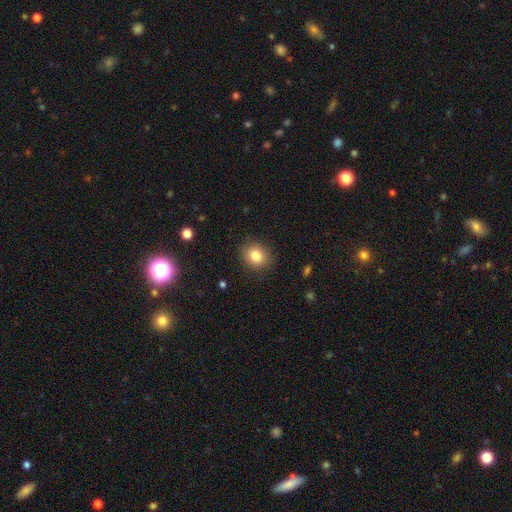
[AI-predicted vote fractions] smooth_or_featured: smooth (p=0.83) [alt: star or artifact p=0.10]
how_rounded: round (p=0.65) [alt: in between p=0.34]
merging: none (p=0.87) [alt: minor disturbance p=0.09]